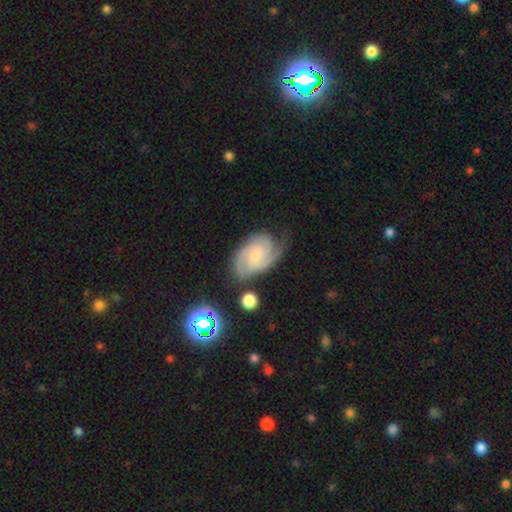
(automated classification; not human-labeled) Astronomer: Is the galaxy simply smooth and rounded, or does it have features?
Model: featured or disk — 80%.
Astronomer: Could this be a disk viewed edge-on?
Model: no — 97%.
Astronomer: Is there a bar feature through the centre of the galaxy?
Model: no — 61%.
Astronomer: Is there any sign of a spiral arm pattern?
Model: yes — 97%.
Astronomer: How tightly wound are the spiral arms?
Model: tight — 51% (runner-up: medium, 39%).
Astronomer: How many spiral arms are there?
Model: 2 — 44% (runner-up: 3, 28%).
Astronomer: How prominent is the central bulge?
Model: small — 59%.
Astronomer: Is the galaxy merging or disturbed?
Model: none — 62%.